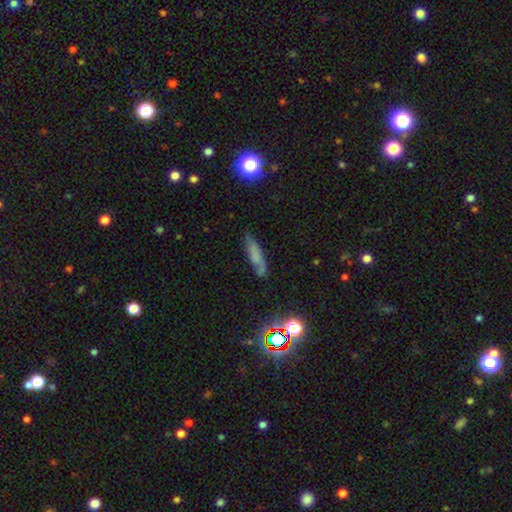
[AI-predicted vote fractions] Smooth or featured?
  - smooth: 59% *
  - featured or disk: 27%
  - star or artifact: 14%
How rounded?
  - cigar-shaped: 76% *
  - in between: 20%
  - round: 3%
Merging?
  - none: 67% *
  - minor disturbance: 22%
  - major disturbance: 7%
  - merger: 5%